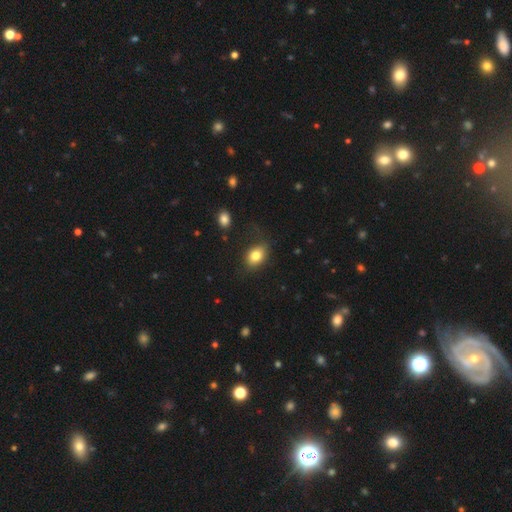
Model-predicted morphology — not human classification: This appears to be a smooth galaxy with no disk features (81%) that is in between round and cigar-shaped (73%). Merging: none (73%).